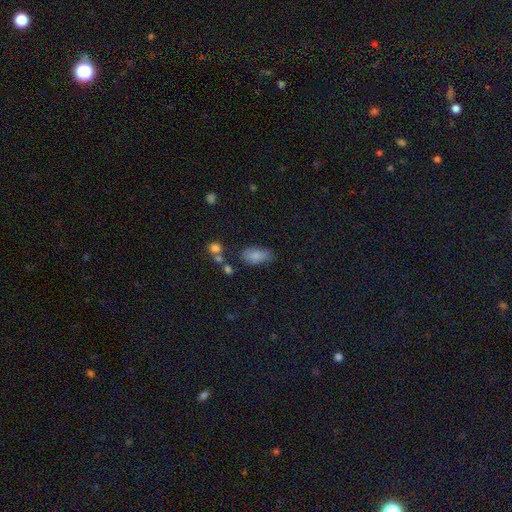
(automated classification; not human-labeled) Overall: smooth (81%). How rounded: in between (90%). Merging: none (60%; minor disturbance 27%).